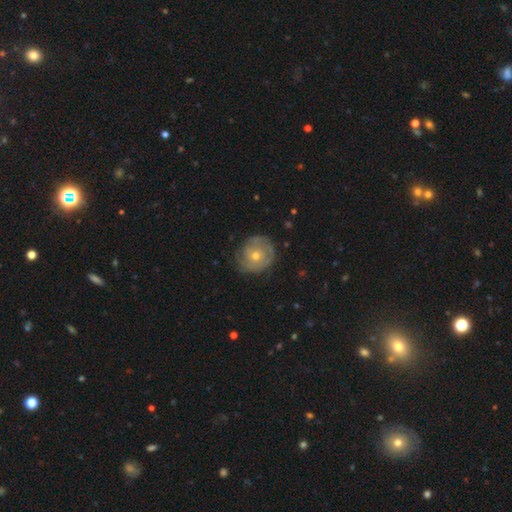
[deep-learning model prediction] Smooth or featured: featured or disk — 61% (smooth — 31%)
Edge-on disk: no — 96% (yes — 4%)
Bar: no — 84% (weak — 13%)
Spiral arms: yes — 74% (no — 26%)
Bulge size: moderate — 49% (small — 48%)
Merging: none — 75% (minor disturbance — 18%)